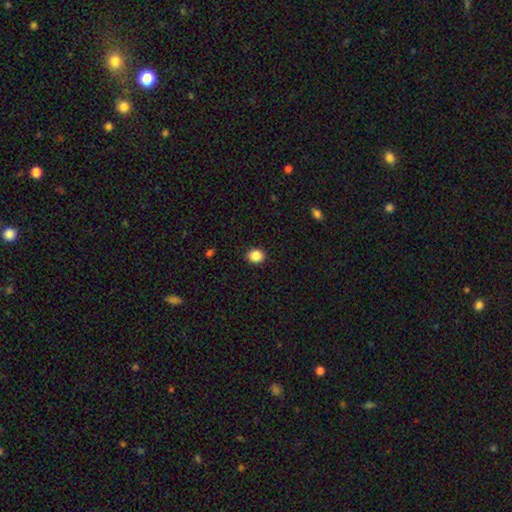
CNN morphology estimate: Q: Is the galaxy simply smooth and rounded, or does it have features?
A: smooth — 88%.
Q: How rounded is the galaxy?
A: round — 70%.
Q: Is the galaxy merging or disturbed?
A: none — 91%.